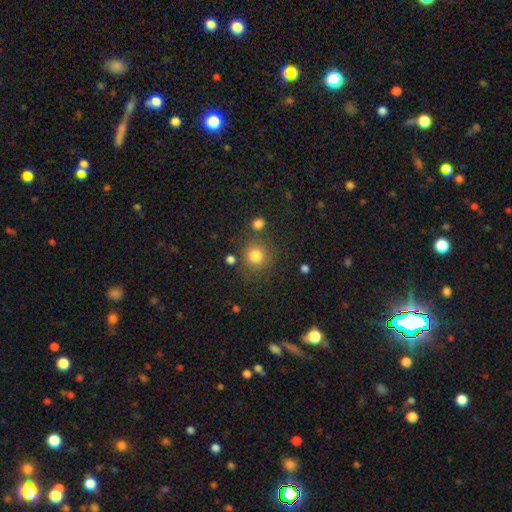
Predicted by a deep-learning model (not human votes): This appears to be a smooth galaxy with no disk features (82%) that is round (89%). Merging: none (78%).